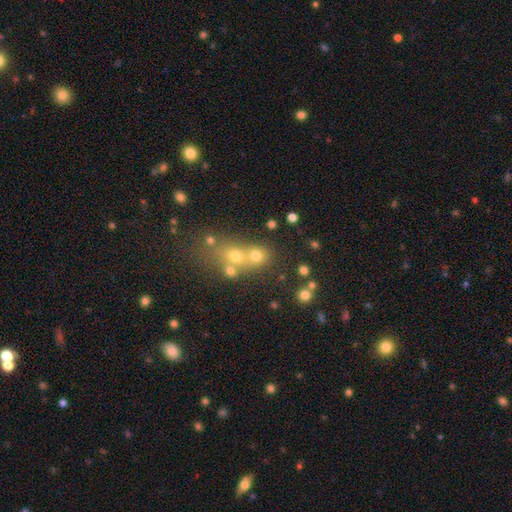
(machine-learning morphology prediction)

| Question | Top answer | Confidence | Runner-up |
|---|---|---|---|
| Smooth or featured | smooth | 64% | star or artifact (20%) |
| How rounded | round | 69% | in between (28%) |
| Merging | merger | 46% | none (40%) |